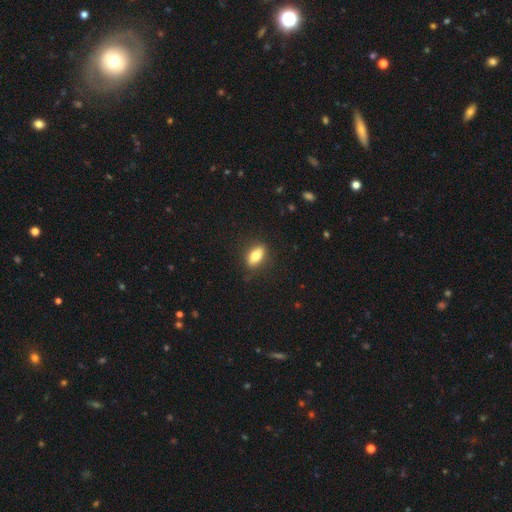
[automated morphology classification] smooth_or_featured: smooth (p=0.79) [alt: featured or disk p=0.14]
how_rounded: in between (p=0.83) [alt: cigar-shaped p=0.10]
merging: none (p=0.83) [alt: minor disturbance p=0.13]